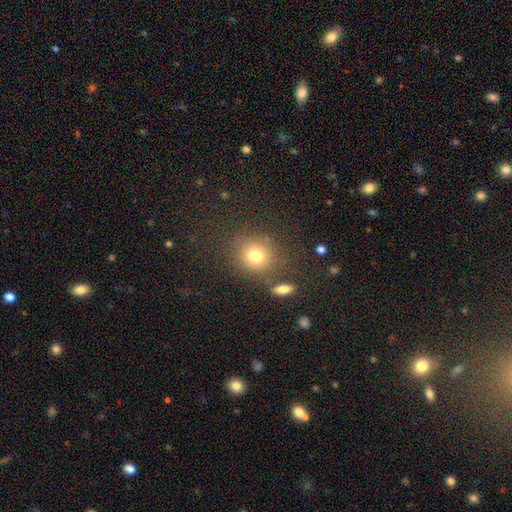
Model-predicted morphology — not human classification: smooth_or_featured: smooth (p=0.77) [alt: star or artifact p=0.14]
how_rounded: round (p=0.83) [alt: in between p=0.16]
merging: none (p=0.79) [alt: minor disturbance p=0.10]